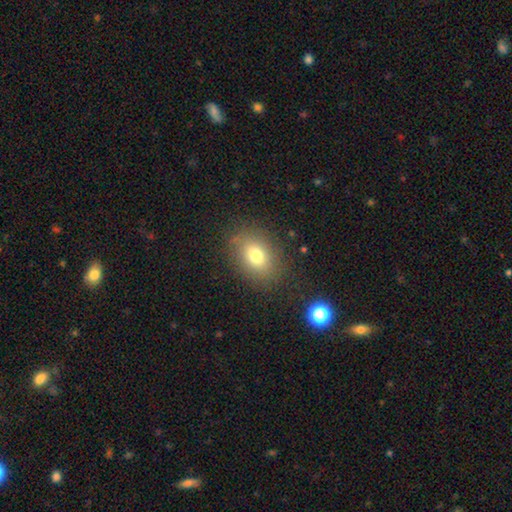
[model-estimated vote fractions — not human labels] A smooth galaxy with no disk features (75%) that is in between round and cigar-shaped (68%). Merging: none (83%).